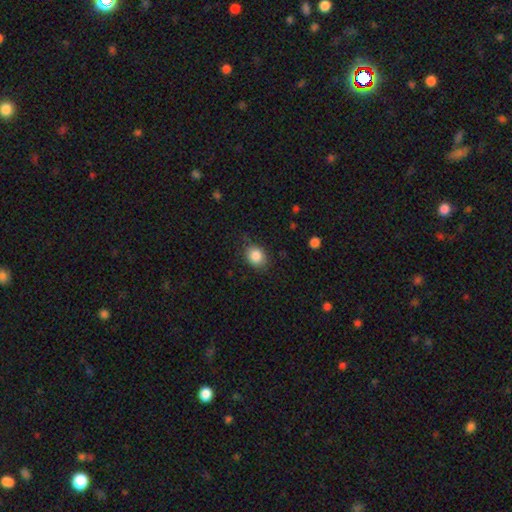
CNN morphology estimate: smooth_or_featured: smooth (p=0.86) [alt: star or artifact p=0.09]
how_rounded: round (p=0.50) [alt: in between p=0.49]
merging: none (p=0.78) [alt: minor disturbance p=0.17]